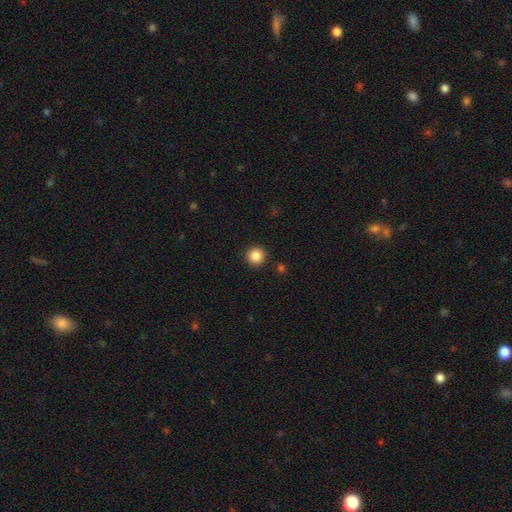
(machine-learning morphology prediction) A smooth galaxy with no disk features (86%) that is round (95%).

Vote fractions:
- Smooth or featured? smooth: 86% / star or artifact: 10% / featured or disk: 3%
- How rounded? round: 95% / in between: 4% / cigar-shaped: 1%
- Merging? none: 92% / minor disturbance: 5% / major disturbance: 2% / merger: 1%